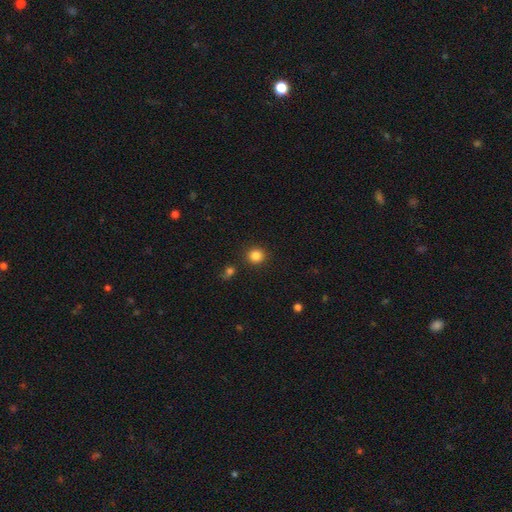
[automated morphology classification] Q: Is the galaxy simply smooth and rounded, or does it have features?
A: smooth — 84%.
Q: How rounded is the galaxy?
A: round — 89%.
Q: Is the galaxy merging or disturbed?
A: none — 88%.